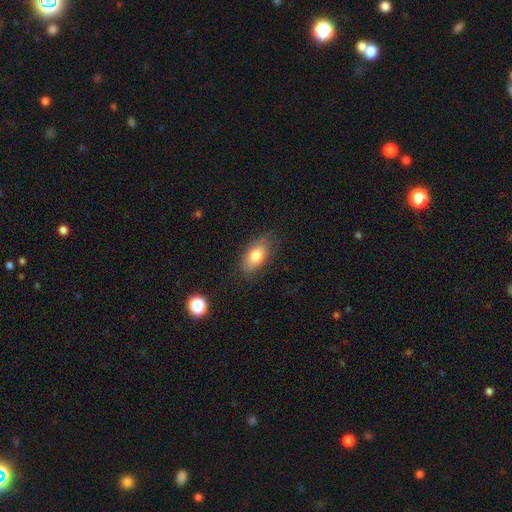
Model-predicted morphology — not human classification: type=smooth (77%); roundness=in between (89%); merging=none (77%).